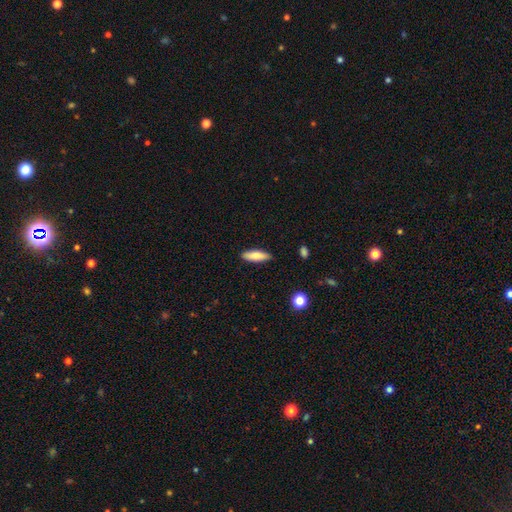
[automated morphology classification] A smooth galaxy with no disk features (81%) that is cigar-shaped (50%).

Vote fractions:
- Smooth or featured? smooth: 81% / featured or disk: 13% / star or artifact: 6%
- How rounded? cigar-shaped: 50% / in between: 48% / round: 2%
- Merging? none: 87% / minor disturbance: 9% / major disturbance: 2% / merger: 1%